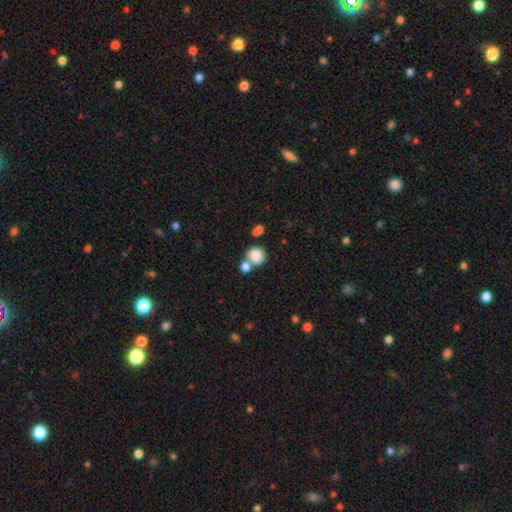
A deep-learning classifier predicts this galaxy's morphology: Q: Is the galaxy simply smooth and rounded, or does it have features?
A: smooth — 84%.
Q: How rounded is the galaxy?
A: round — 78%.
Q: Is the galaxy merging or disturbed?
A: none — 49%.